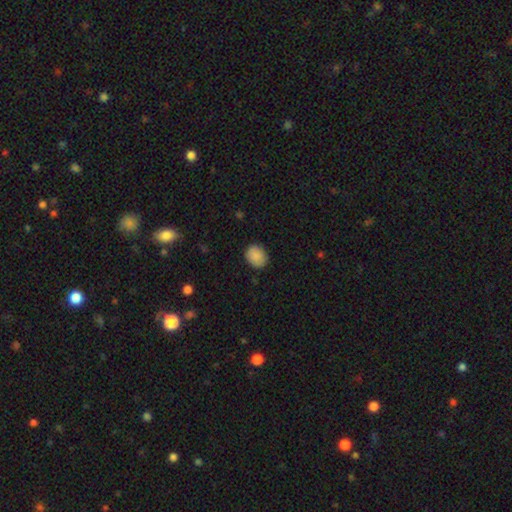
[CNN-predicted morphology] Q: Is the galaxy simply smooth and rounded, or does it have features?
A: smooth — 89%.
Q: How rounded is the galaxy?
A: round — 56%.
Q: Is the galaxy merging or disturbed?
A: none — 84%.